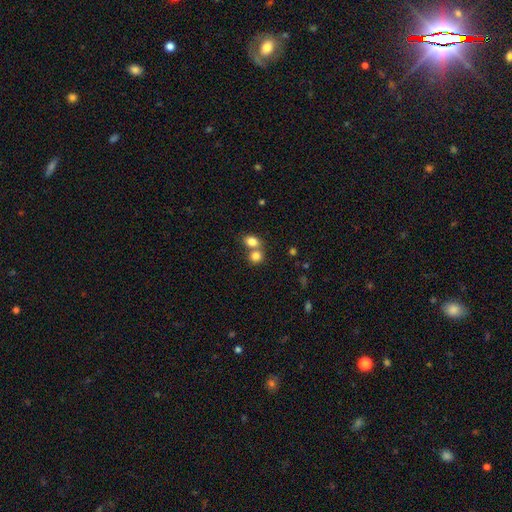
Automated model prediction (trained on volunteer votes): A smooth galaxy with no disk features (82%) that is round (60%). Merging: merger (53%).